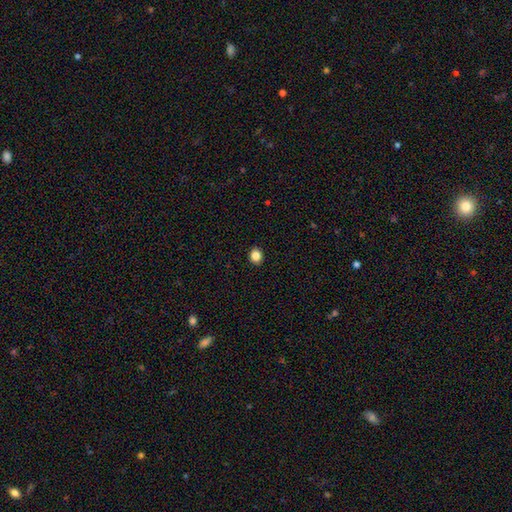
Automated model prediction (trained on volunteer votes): This is clearly a smooth galaxy (85%). How rounded: likely round (74%). Merging: clearly none (92%).